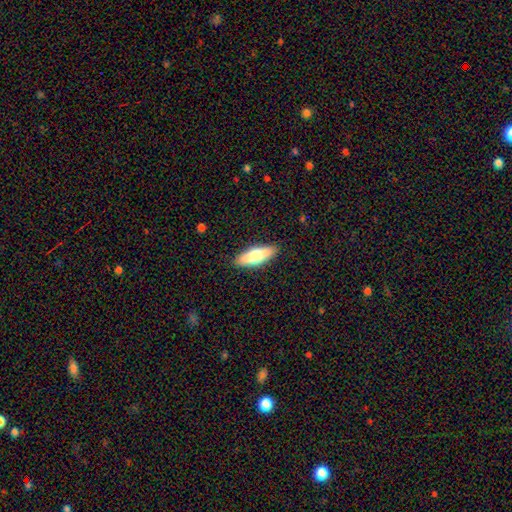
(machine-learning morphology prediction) smooth-or-featured: smooth: 63% | featured or disk: 31% | star or artifact: 6%
  how-rounded: in between: 53% | cigar-shaped: 45% | round: 2%
  merging: none: 88% | minor disturbance: 9% | major disturbance: 2% | merger: 1%